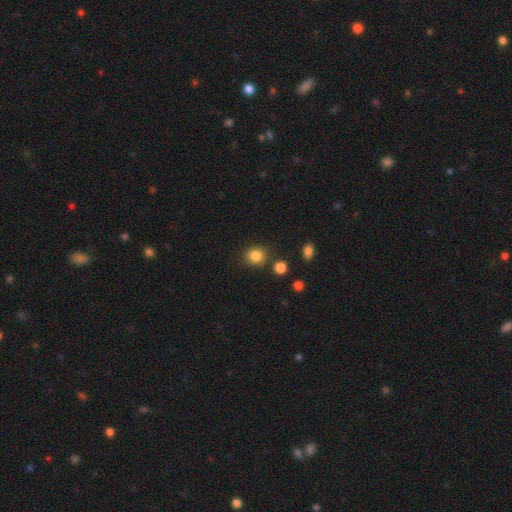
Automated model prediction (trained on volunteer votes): A smooth galaxy with no disk features (85%) that is round (80%). Merging: none (81%).